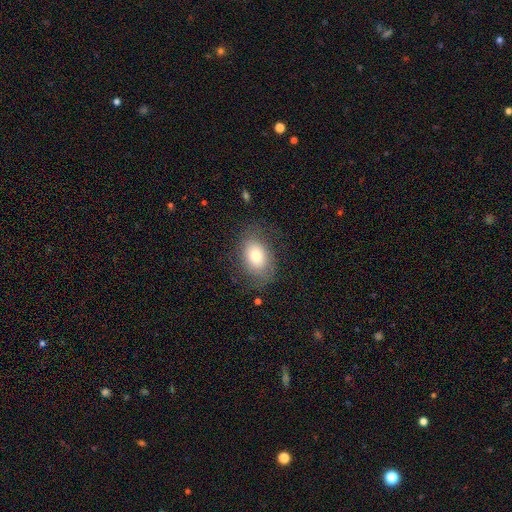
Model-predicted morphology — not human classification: Smooth or featured? Predicted: smooth (p=0.71). How rounded? Predicted: in between (p=0.80). Merging? Predicted: none (p=0.69).